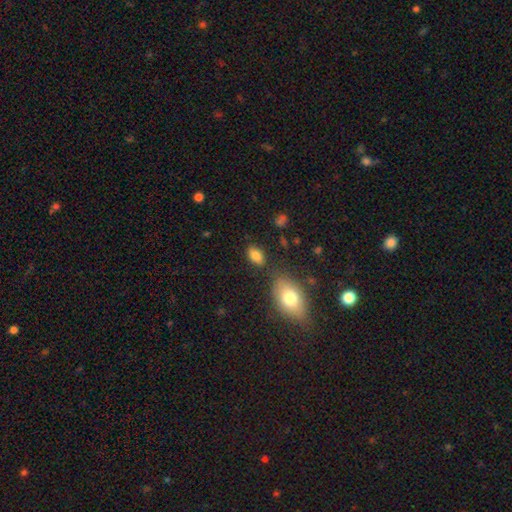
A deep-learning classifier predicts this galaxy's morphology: A smooth galaxy with no disk features (83%) that is in between round and cigar-shaped (89%).

Vote fractions:
- Smooth or featured? smooth: 83% / star or artifact: 9% / featured or disk: 8%
- How rounded? in between: 89% / round: 8% / cigar-shaped: 2%
- Merging? none: 76% / minor disturbance: 14% / merger: 6% / major disturbance: 4%